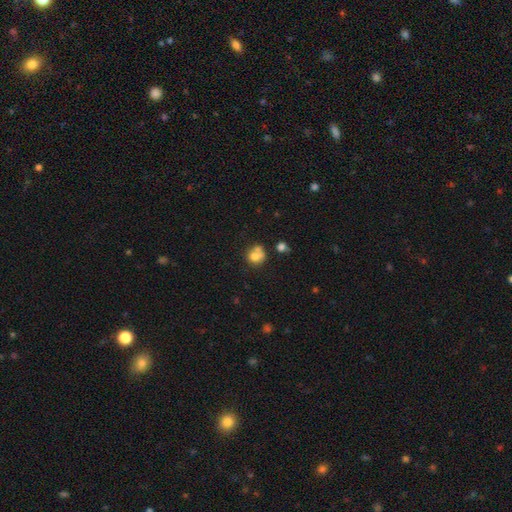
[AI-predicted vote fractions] A smooth galaxy with no disk features (70%) that is round (73%). Merging: merger (45%).